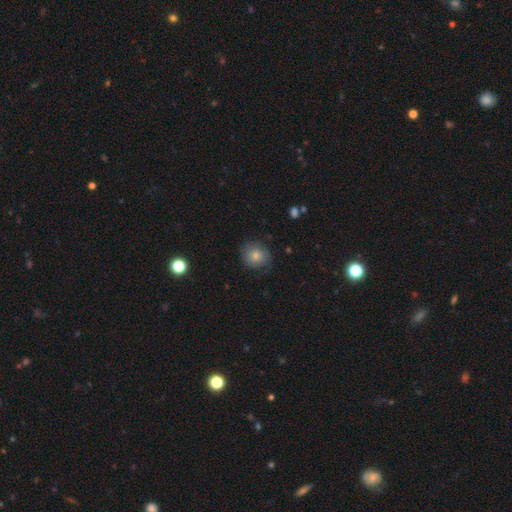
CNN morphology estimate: Smooth or featured? smooth (74%)
How rounded? round (83%)
Merging? none (75%)